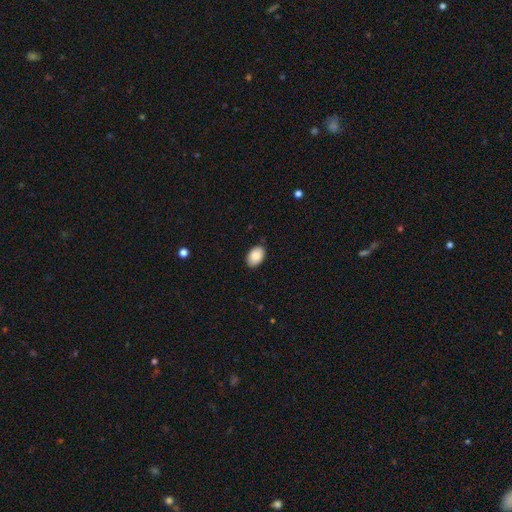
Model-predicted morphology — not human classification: Smooth or featured? Predicted: smooth (p=0.83). How rounded? Predicted: in between (p=0.87). Merging? Predicted: none (p=0.86).